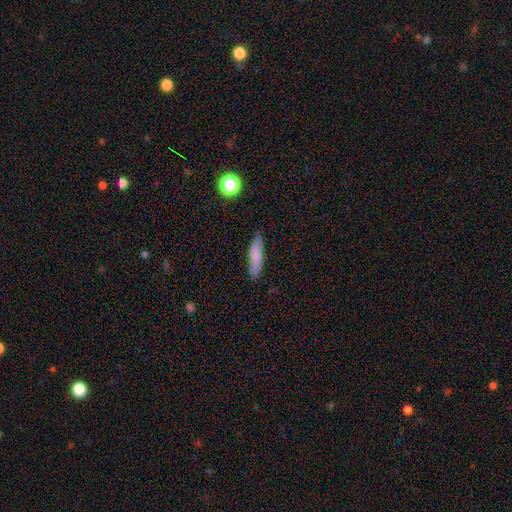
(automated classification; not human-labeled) smooth 78%, featured or disk 14%, star or artifact 7%. Down the decision tree: how rounded — cigar-shaped (77%); merging — none (83%).